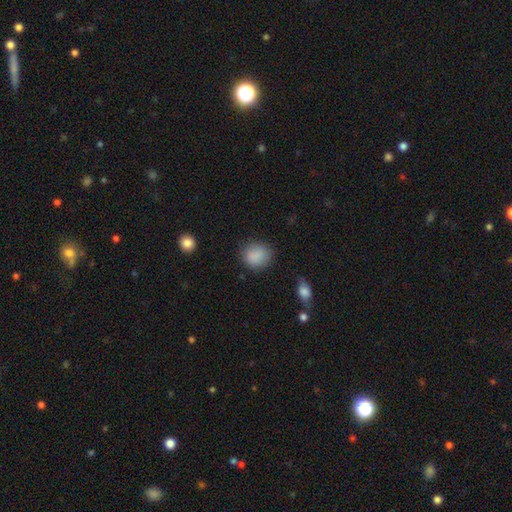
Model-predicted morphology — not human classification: smooth-or-featured: smooth: 87% | star or artifact: 9% | featured or disk: 4%
  how-rounded: round: 73% | in between: 26% | cigar-shaped: 1%
  merging: none: 81% | minor disturbance: 14% | major disturbance: 4% | merger: 2%